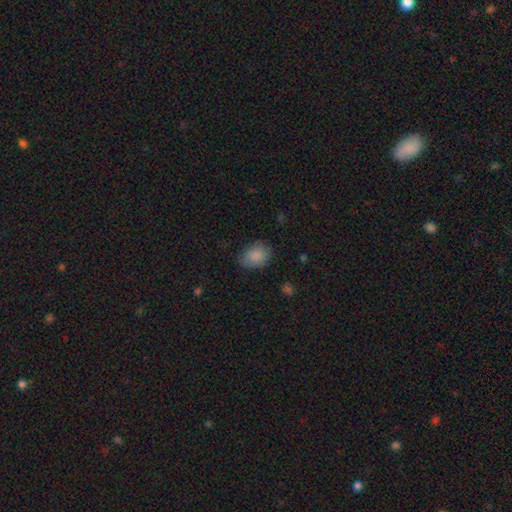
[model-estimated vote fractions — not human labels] Smooth or featured? Predicted: smooth (p=0.87). How rounded? Predicted: in between (p=0.79). Merging? Predicted: none (p=0.78).